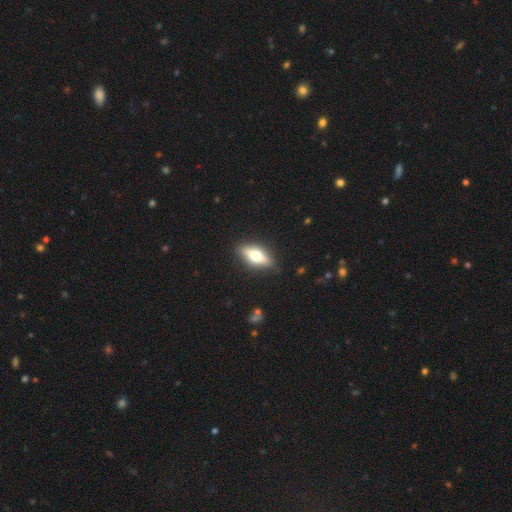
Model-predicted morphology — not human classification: smooth_or_featured: smooth (p=0.54) [alt: featured or disk p=0.39]
how_rounded: in between (p=0.70) [alt: cigar-shaped p=0.25]
merging: none (p=0.86) [alt: minor disturbance p=0.10]